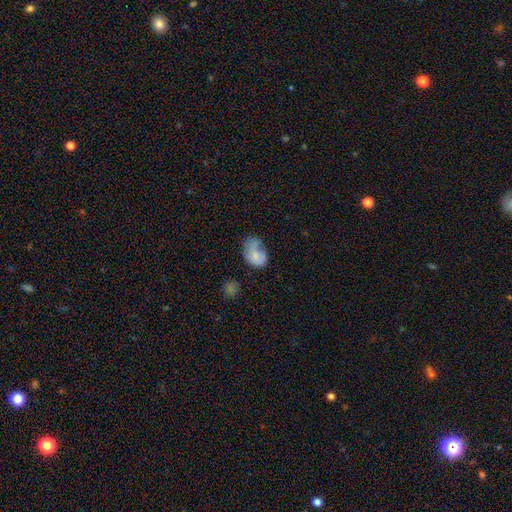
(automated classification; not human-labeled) A smooth galaxy with no disk features (66%) that is in between round and cigar-shaped (80%). Merging: minor disturbance (34%).